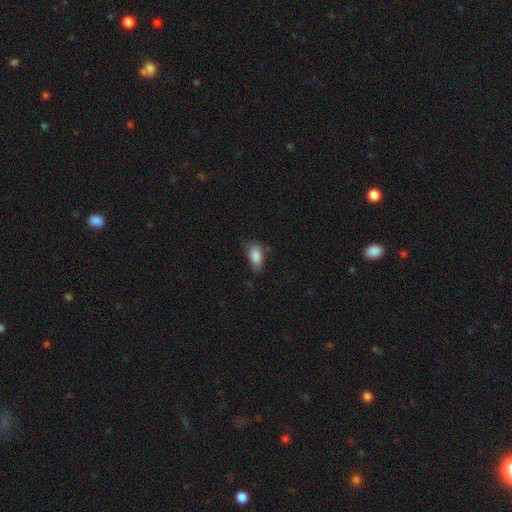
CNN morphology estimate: smooth_or_featured: smooth (p=0.86) [alt: star or artifact p=0.08]
how_rounded: in between (p=0.91) [alt: round p=0.06]
merging: none (p=0.60) [alt: minor disturbance p=0.30]